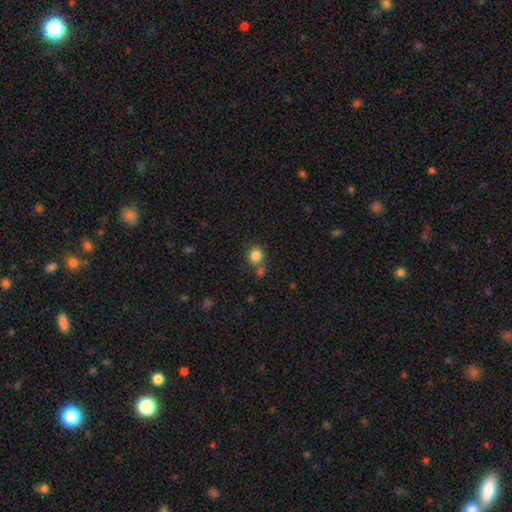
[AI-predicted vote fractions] This is clearly a smooth galaxy (84%). How rounded: likely round (77%). Merging: likely none (60%).